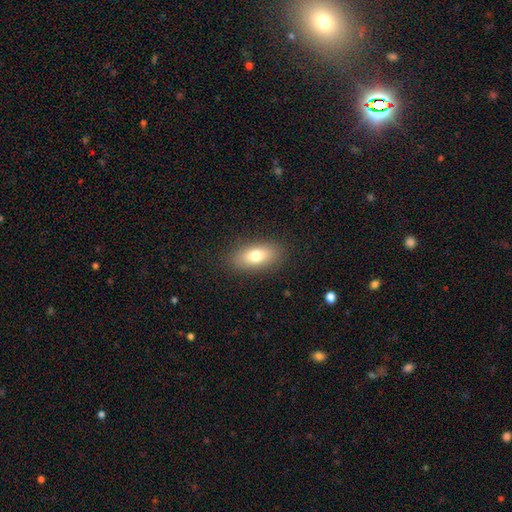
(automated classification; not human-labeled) Smooth or featured: smooth — 76% (featured or disk — 16%)
How rounded: in between — 85% (cigar-shaped — 10%)
Merging: none — 87% (minor disturbance — 10%)